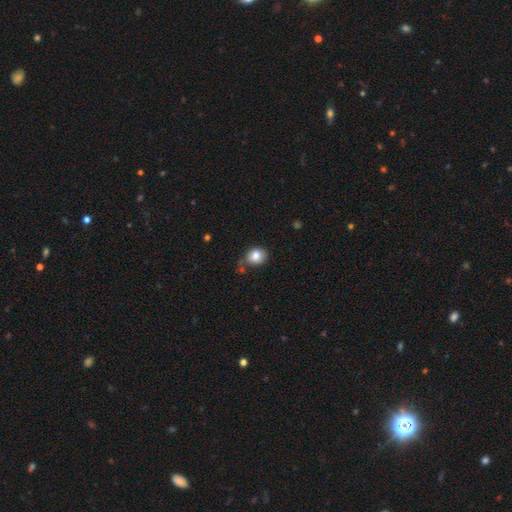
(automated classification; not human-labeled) This appears to be a smooth galaxy with no disk features (83%) that is round (66%). Merging: none (57%).